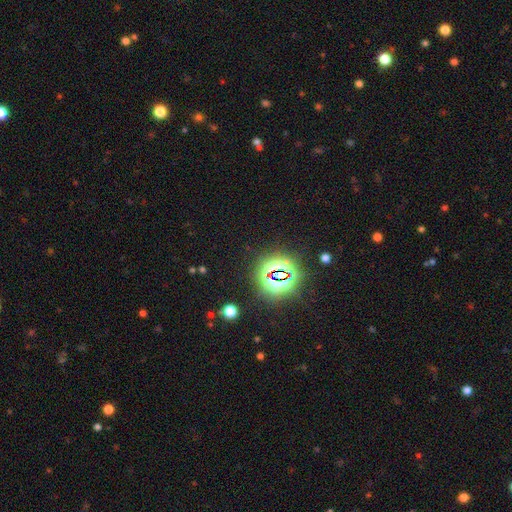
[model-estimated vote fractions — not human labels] Overall: star or artifact (82%).